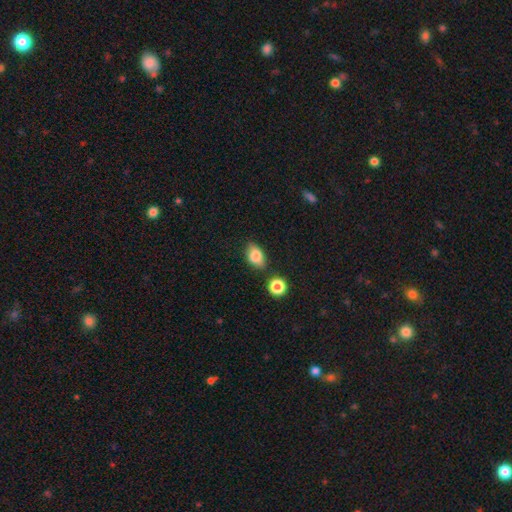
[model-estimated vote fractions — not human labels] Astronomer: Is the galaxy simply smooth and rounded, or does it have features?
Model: smooth — 80%.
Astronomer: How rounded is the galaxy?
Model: in between — 83%.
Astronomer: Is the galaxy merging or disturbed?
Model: none — 74%.